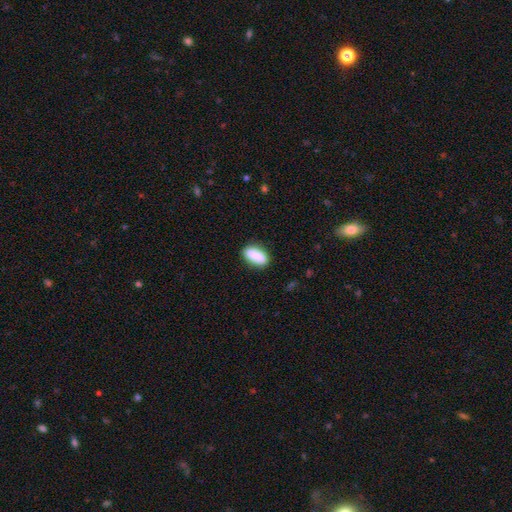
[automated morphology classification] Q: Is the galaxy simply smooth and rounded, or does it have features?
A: smooth — 89%.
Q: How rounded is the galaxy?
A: in between — 87%.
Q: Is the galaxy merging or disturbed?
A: none — 86%.